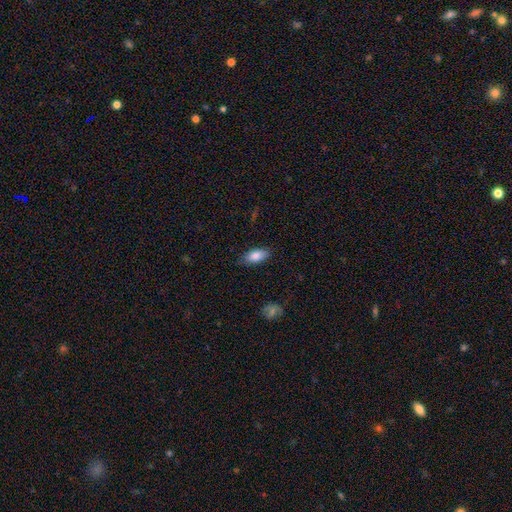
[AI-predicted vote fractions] A smooth galaxy with no disk features (83%) that is in between round and cigar-shaped (88%).

Vote fractions:
- Smooth or featured? smooth: 83% / featured or disk: 10% / star or artifact: 7%
- How rounded? in between: 88% / cigar-shaped: 9% / round: 3%
- Merging? none: 80% / minor disturbance: 16% / major disturbance: 3% / merger: 1%